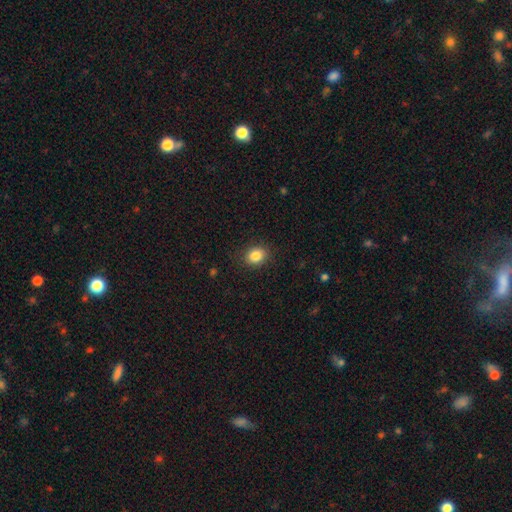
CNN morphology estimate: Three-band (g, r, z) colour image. It shows a smooth galaxy with no disk features (85%) that is round (60%). Merging: none (88%).